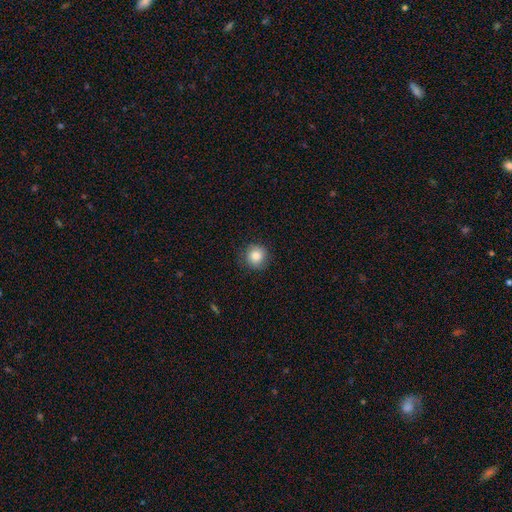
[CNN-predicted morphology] Q: Smooth or featured?
A: smooth (83%); runner-up: star or artifact (9%)
Q: How rounded?
A: round (92%); runner-up: in between (7%)
Q: Merging?
A: none (84%); runner-up: minor disturbance (12%)